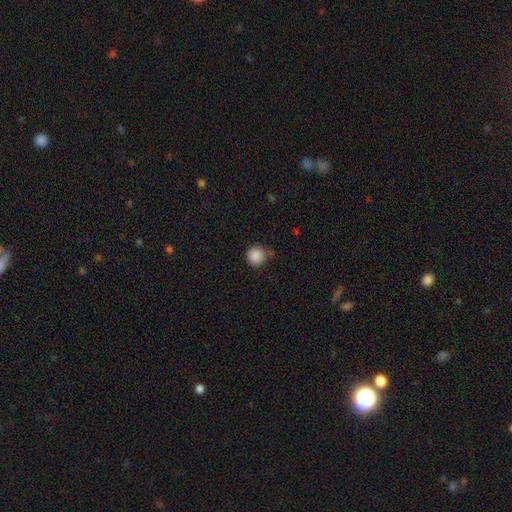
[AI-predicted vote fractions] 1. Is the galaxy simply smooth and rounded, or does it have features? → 87% smooth, 9% star or artifact, 3% featured or disk.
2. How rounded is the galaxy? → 94% round, 5% in between, 1% cigar-shaped.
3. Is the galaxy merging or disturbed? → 75% none, 17% minor disturbance, 5% merger, 4% major disturbance.